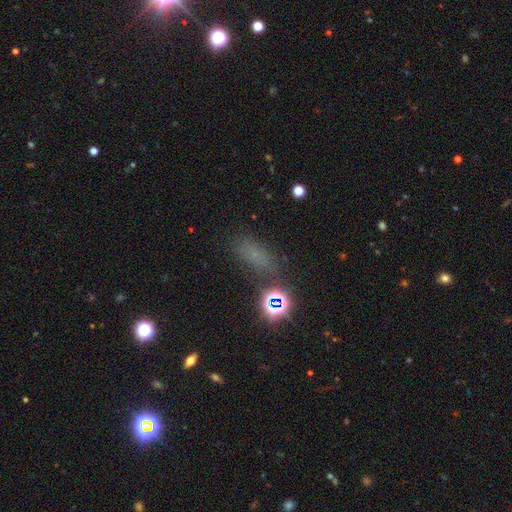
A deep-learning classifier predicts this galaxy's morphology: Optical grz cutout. It shows a smooth galaxy with no disk features (51%) that is in between round and cigar-shaped (68%). Merging: none (75%).